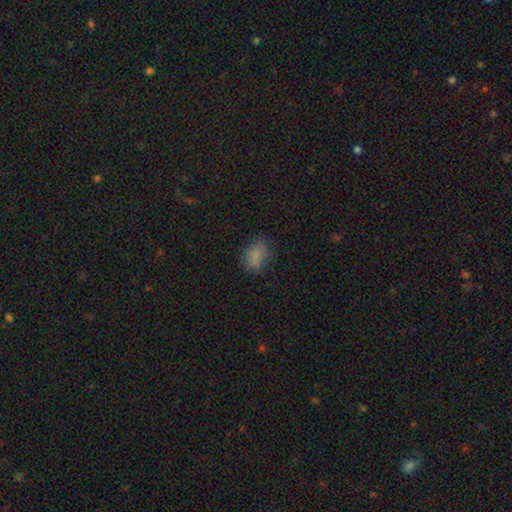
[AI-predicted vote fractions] A smooth galaxy with no disk features (77%) that is in between round and cigar-shaped (74%). Merging: none (70%).